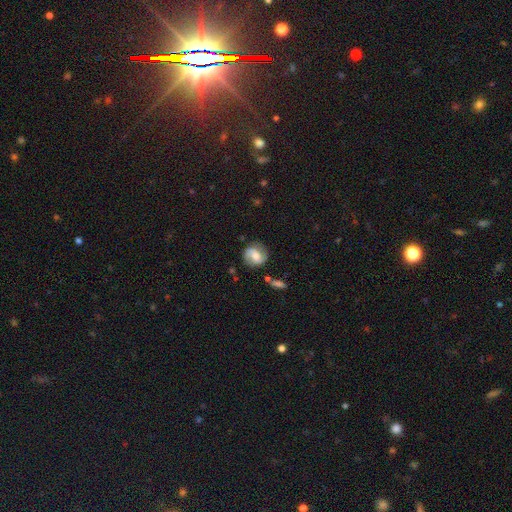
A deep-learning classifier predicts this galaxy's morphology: Smooth or featured?
  - featured or disk: 62% *
  - smooth: 30%
  - star or artifact: 7%
Edge-on disk?
  - no: 97% *
  - yes: 3%
Bar?
  - weak: 45% *
  - no: 38%
  - strong: 16%
Spiral arms?
  - yes: 89% *
  - no: 11%
Spiral winding?
  - medium: 45% *
  - tight: 28%
  - loose: 27%
Spiral arm count?
  - 2: 86% *
  - can't tell: 7%
  - 1: 4%
  - 3: 1%
  - 4: 1%
  - more than 4: 1%
Bulge size?
  - moderate: 62% *
  - small: 26%
  - large: 8%
  - none: 3%
  - dominant: 1%
Merging?
  - none: 78% *
  - minor disturbance: 15%
  - major disturbance: 5%
  - merger: 3%